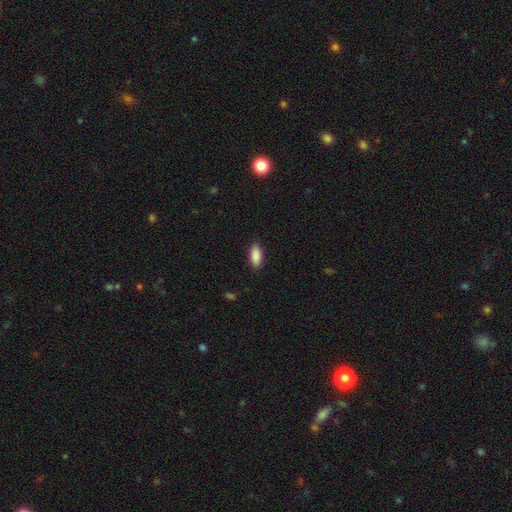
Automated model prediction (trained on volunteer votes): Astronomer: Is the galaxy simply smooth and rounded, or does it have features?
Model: smooth — 90%.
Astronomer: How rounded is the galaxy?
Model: in between — 89%.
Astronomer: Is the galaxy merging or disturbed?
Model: none — 88%.